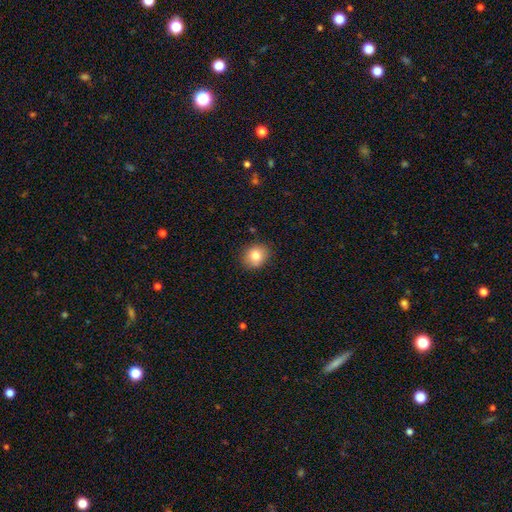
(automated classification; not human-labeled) A smooth galaxy with no disk features (81%) that is round (68%). Merging: none (87%).